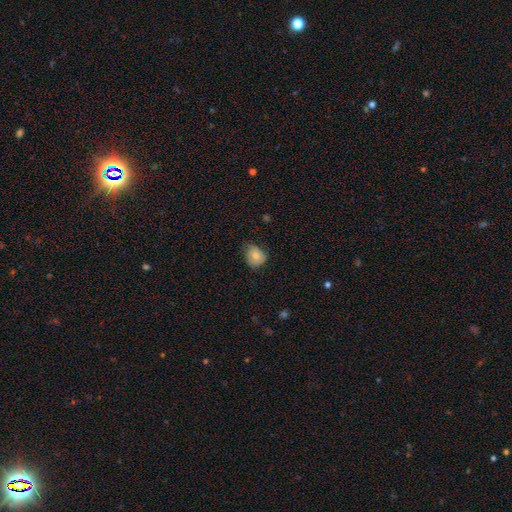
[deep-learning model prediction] The model was most divided on "merging": none: 60%, minor disturbance: 33%, major disturbance: 6%, merger: 1%. More confident: smooth or featured — smooth (80%); how rounded — round (68%).